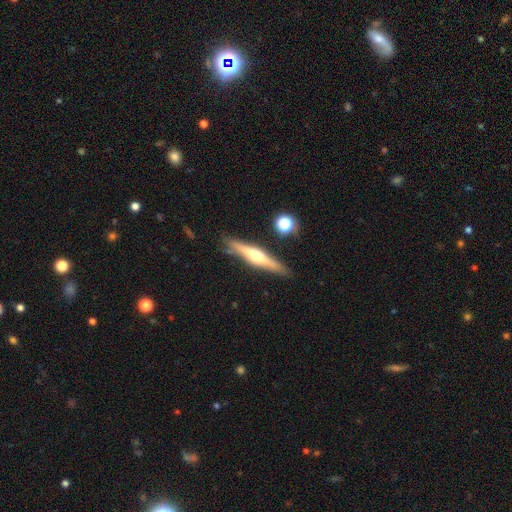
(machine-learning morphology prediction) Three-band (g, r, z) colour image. It shows a featured or disk galaxy (63%) viewed edge-on (95%) with a rounded central bulge (89%). Merging: none (85%).